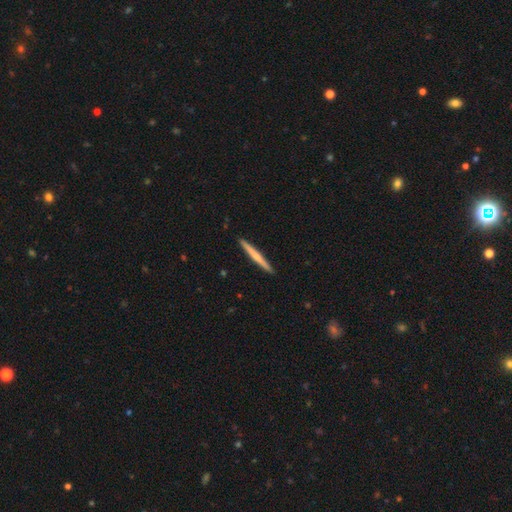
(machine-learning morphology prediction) The model was most divided on "smooth or featured": featured or disk: 49%, smooth: 46%, star or artifact: 5%. More confident: merging — none (93%).